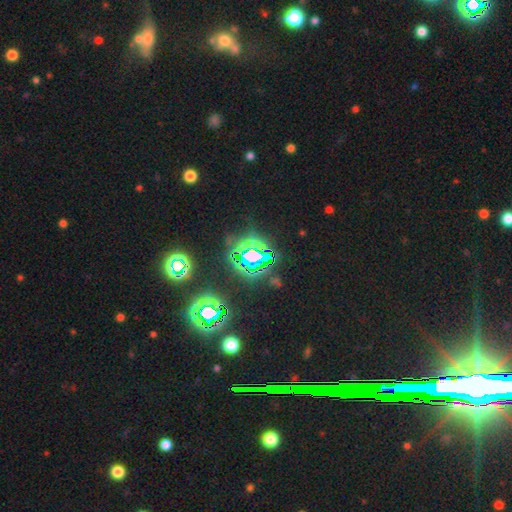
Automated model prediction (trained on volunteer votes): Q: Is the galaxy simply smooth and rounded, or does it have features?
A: star or artifact — 77%.